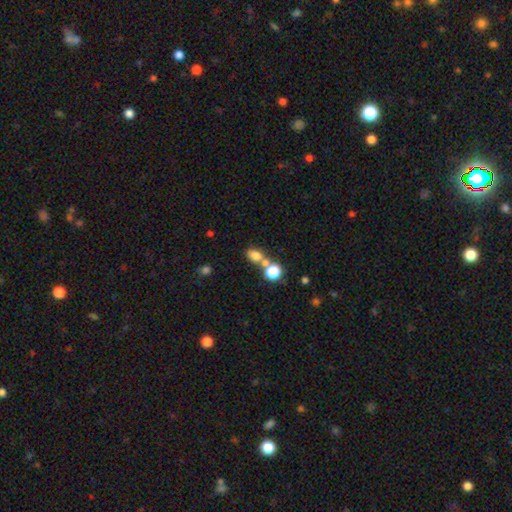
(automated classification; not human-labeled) This is likely a smooth galaxy (75%). How rounded: likely in between (65%). Merging: possibly none (47%).